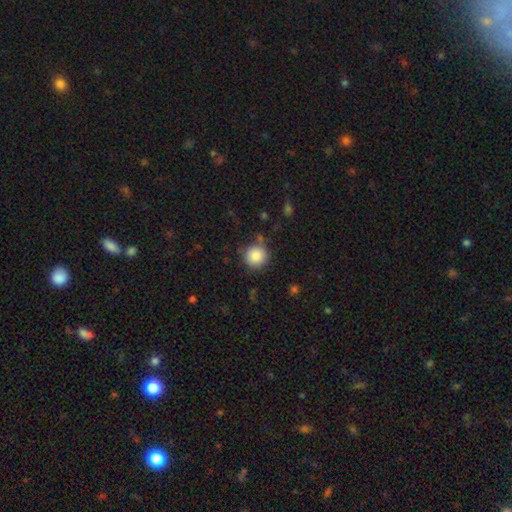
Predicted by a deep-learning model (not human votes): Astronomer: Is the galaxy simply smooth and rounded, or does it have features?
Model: smooth — 87%.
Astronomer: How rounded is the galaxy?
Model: round — 94%.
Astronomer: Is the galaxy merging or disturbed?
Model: none — 81%.